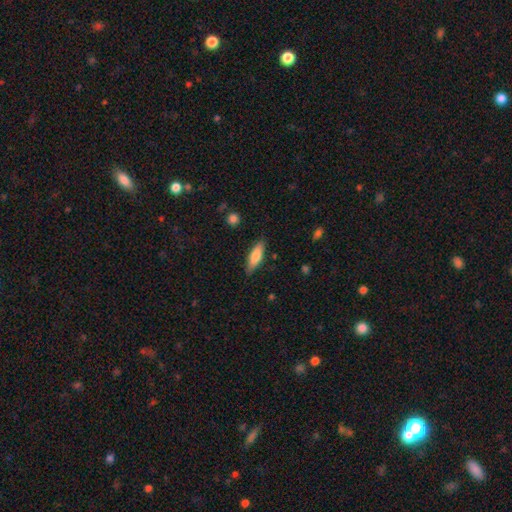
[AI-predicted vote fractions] smooth_or_featured: smooth (p=0.77) [alt: featured or disk p=0.17]
how_rounded: cigar-shaped (p=0.51) [alt: in between p=0.47]
merging: none (p=0.85) [alt: minor disturbance p=0.11]